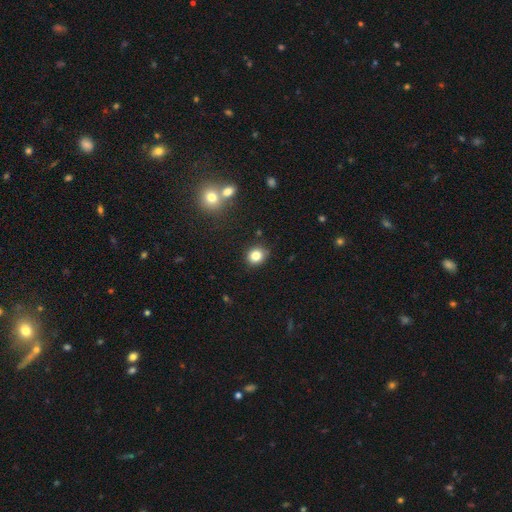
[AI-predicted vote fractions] Smooth or featured? Predicted: smooth (p=0.82). How rounded? Predicted: round (p=0.72). Merging? Predicted: none (p=0.87).